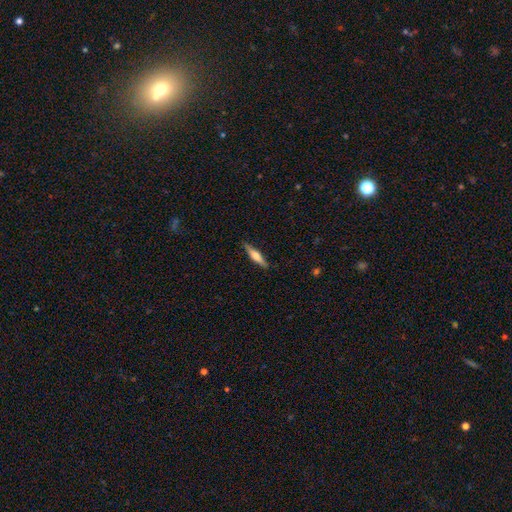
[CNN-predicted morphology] The model was most divided on "smooth or featured": featured or disk: 51%, smooth: 43%, star or artifact: 6%. More confident: edge-on disk — yes (96%); merging — none (88%).